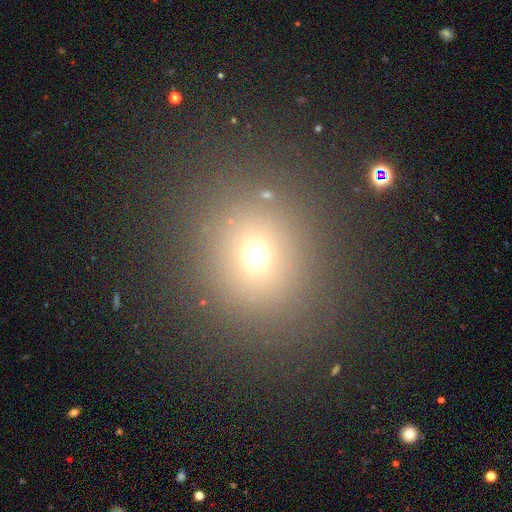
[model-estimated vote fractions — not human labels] A smooth galaxy with no disk features (67%) that is round (81%).

Vote fractions:
- Smooth or featured? smooth: 67% / star or artifact: 23% / featured or disk: 10%
- How rounded? round: 81% / in between: 18% / cigar-shaped: 1%
- Merging? none: 85% / minor disturbance: 8% / major disturbance: 5% / merger: 3%